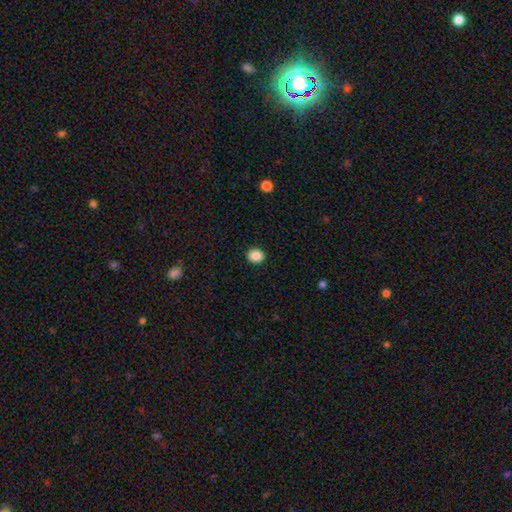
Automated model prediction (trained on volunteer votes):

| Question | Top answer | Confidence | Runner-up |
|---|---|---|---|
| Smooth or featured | smooth | 88% | star or artifact (9%) |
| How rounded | round | 75% | in between (25%) |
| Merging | none | 92% | minor disturbance (5%) |